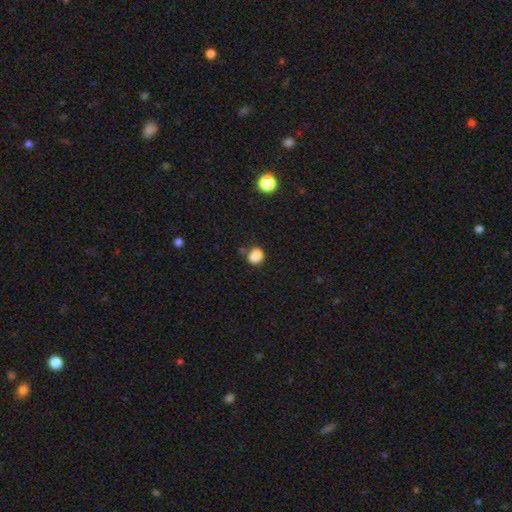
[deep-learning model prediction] Overall: smooth (81%). How rounded: round (62%; in between 37%). Merging: none (50%; merger 23%).